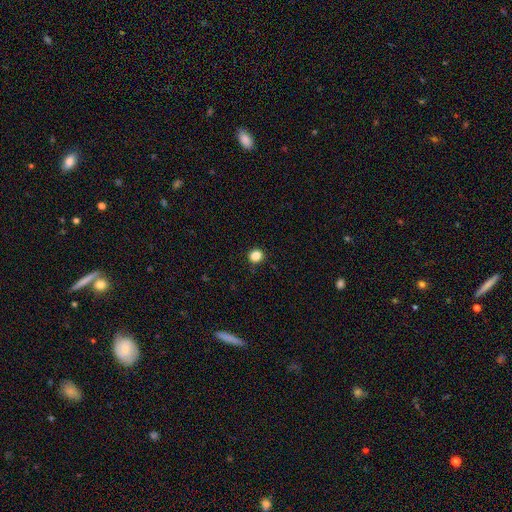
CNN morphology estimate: Q: Smooth or featured?
A: smooth (85%); runner-up: star or artifact (12%)
Q: How rounded?
A: round (83%); runner-up: in between (16%)
Q: Merging?
A: none (90%); runner-up: minor disturbance (7%)